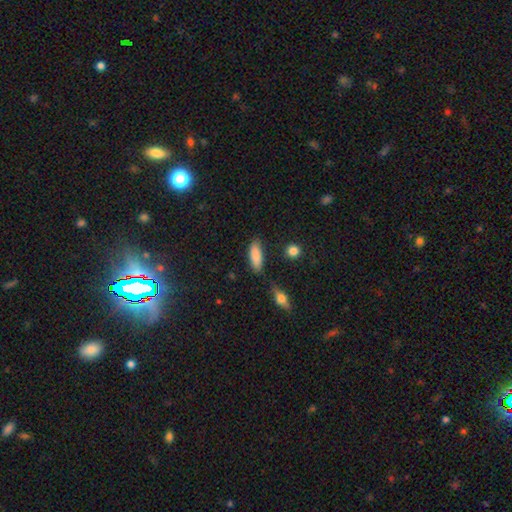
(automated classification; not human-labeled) Smooth or featured?
  - smooth: 87% *
  - star or artifact: 7%
  - featured or disk: 6%
How rounded?
  - in between: 70% *
  - cigar-shaped: 28%
  - round: 2%
Merging?
  - none: 79% *
  - minor disturbance: 14%
  - merger: 4%
  - major disturbance: 3%